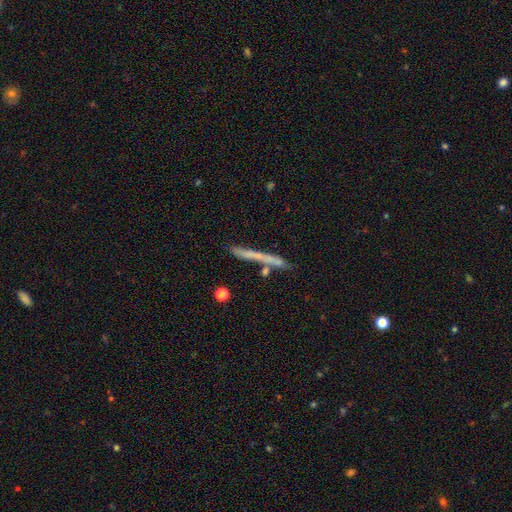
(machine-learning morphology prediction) The model was most divided on "smooth or featured": smooth: 52%, featured or disk: 40%, star or artifact: 8%. More confident: how rounded — cigar-shaped (96%); merging — none (78%).